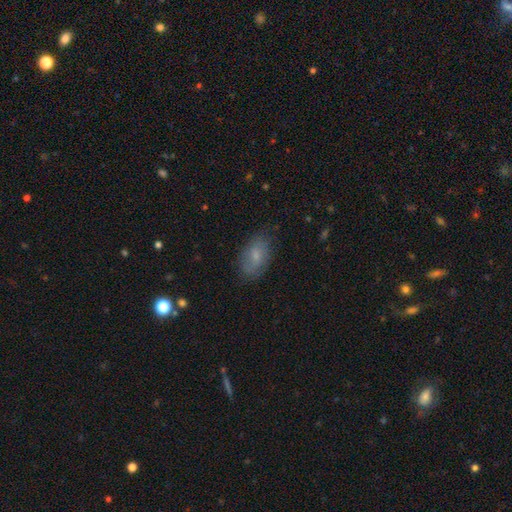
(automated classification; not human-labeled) Smooth or featured? Predicted: smooth (p=0.67). How rounded? Predicted: in between (p=0.91). Merging? Predicted: none (p=0.75).